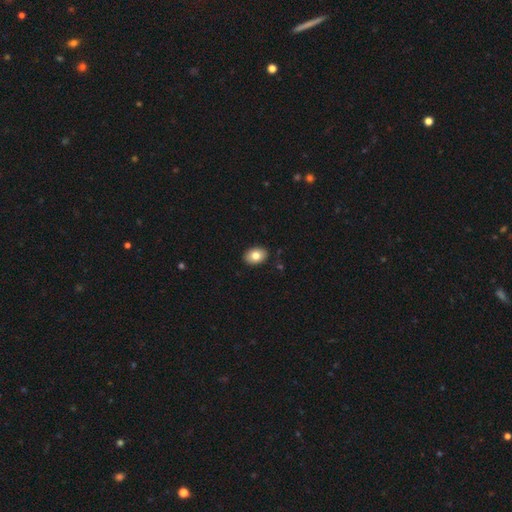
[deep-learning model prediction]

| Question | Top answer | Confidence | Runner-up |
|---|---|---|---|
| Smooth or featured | smooth | 81% | featured or disk (11%) |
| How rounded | in between | 80% | round (19%) |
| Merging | none | 89% | minor disturbance (8%) |